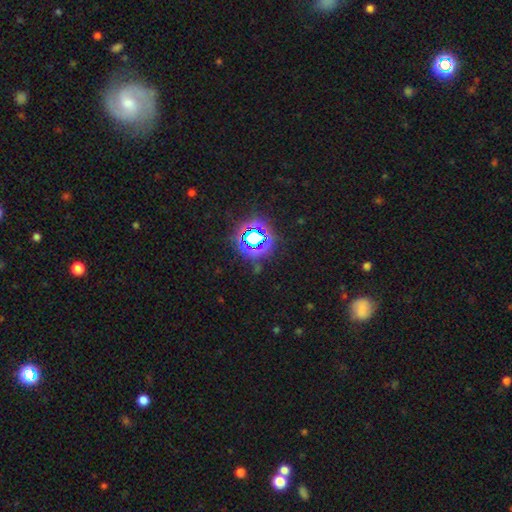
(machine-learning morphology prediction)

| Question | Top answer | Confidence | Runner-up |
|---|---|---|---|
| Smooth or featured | star or artifact | 67% | smooth (19%) |